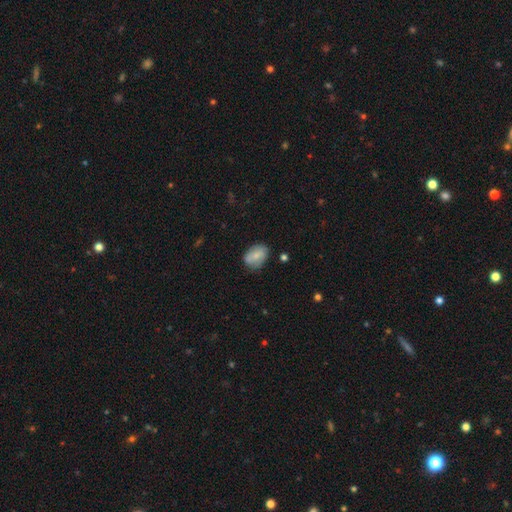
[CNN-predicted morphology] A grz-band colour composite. It shows a smooth galaxy with no disk features (71%) that is in between round and cigar-shaped (81%). Merging: none (71%).